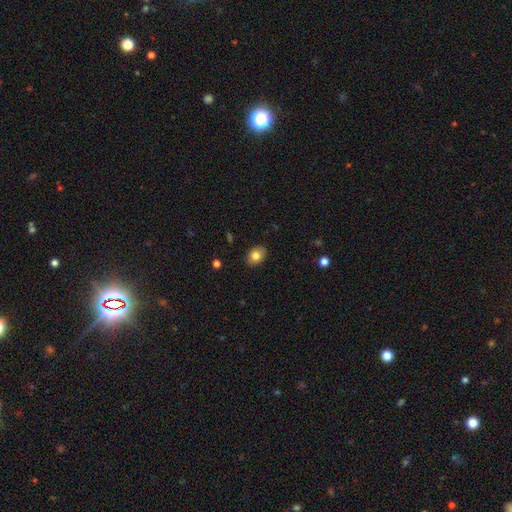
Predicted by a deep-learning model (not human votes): smooth_or_featured: smooth (p=0.82) [alt: featured or disk p=0.10]
how_rounded: in between (p=0.71) [alt: round p=0.28]
merging: none (p=0.89) [alt: minor disturbance p=0.08]